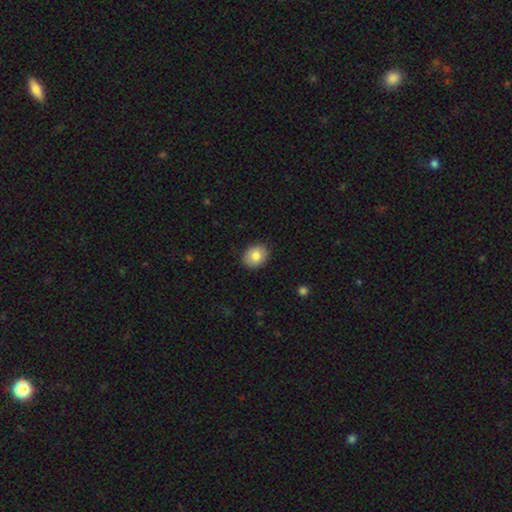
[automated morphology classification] type=smooth (82%); roundness=in between (58%); merging=none (86%).